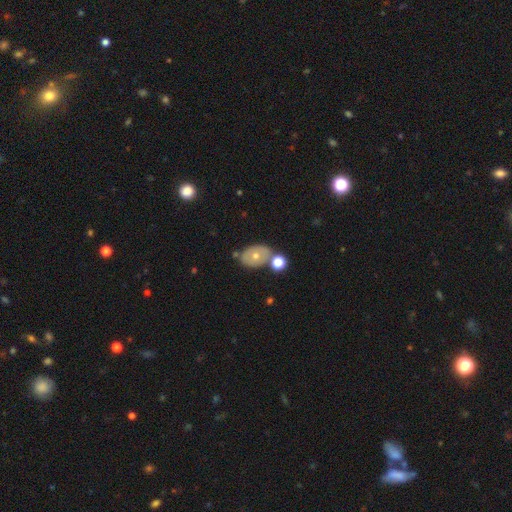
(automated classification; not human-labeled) Overall: smooth (57%; featured or disk 34%). How rounded: in between (80%). Merging: none (62%).